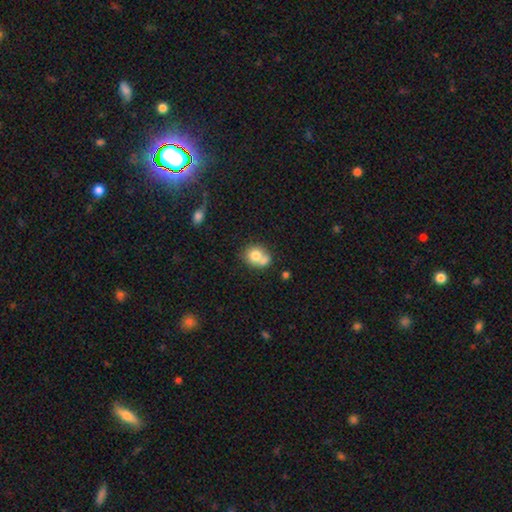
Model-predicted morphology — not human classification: Smooth or featured? Predicted: smooth (p=0.74). How rounded? Predicted: round (p=0.69). Merging? Predicted: merger (p=0.44).